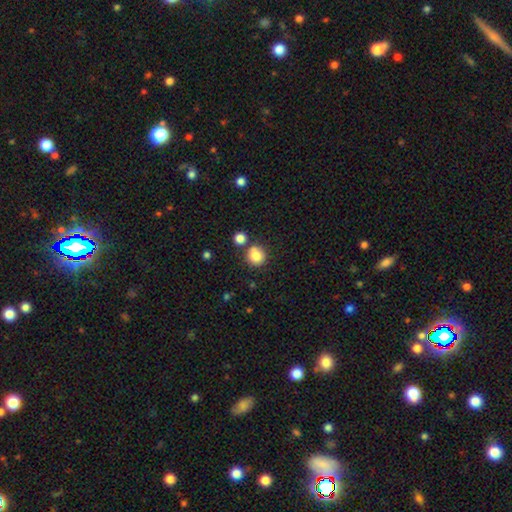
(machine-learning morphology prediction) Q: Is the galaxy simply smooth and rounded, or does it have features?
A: smooth — 82%.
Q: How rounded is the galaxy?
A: round — 88%.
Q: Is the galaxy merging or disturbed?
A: none — 65%.